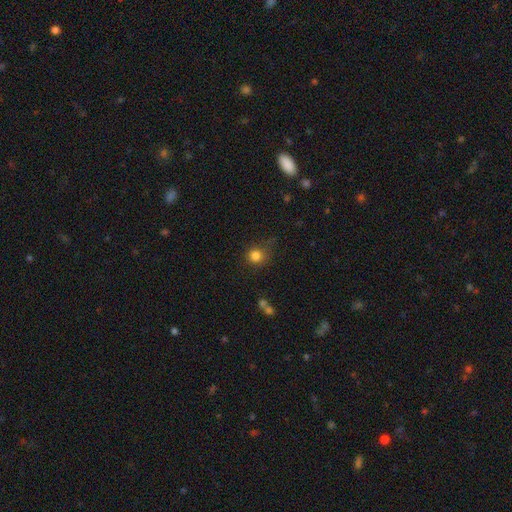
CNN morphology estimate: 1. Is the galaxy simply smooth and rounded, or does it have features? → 83% smooth, 12% star or artifact, 6% featured or disk.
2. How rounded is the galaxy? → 88% round, 11% in between, 1% cigar-shaped.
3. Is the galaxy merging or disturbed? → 67% none, 20% minor disturbance, 8% major disturbance, 4% merger.